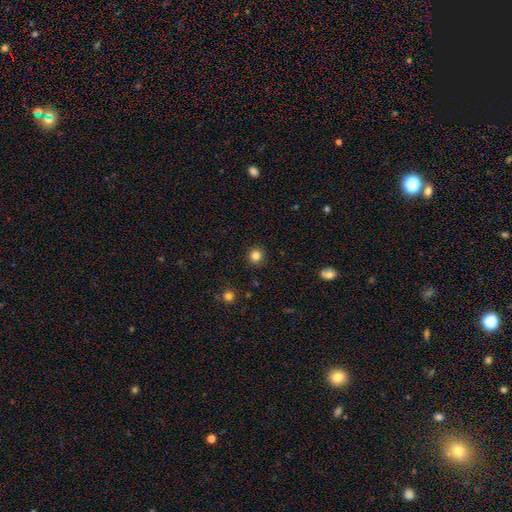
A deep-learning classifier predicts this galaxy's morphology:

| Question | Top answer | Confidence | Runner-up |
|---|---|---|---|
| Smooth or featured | smooth | 83% | star or artifact (12%) |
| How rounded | round | 94% | in between (5%) |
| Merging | none | 92% | minor disturbance (5%) |